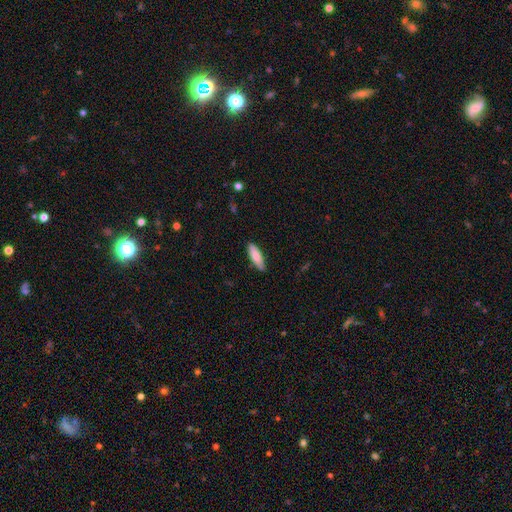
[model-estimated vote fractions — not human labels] The model was most divided on "how rounded": cigar-shaped: 51%, in between: 47%, round: 2%. More confident: smooth or featured — smooth (83%); merging — none (81%).